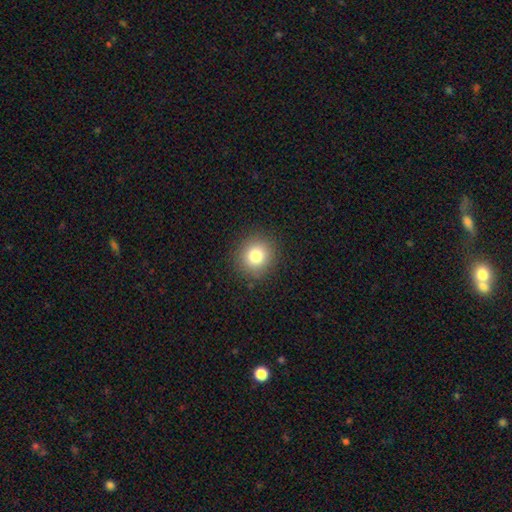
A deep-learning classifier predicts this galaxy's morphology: The model was most divided on "smooth or featured": smooth: 81%, star or artifact: 11%, featured or disk: 8%. More confident: merging — none (89%); how rounded — round (89%).